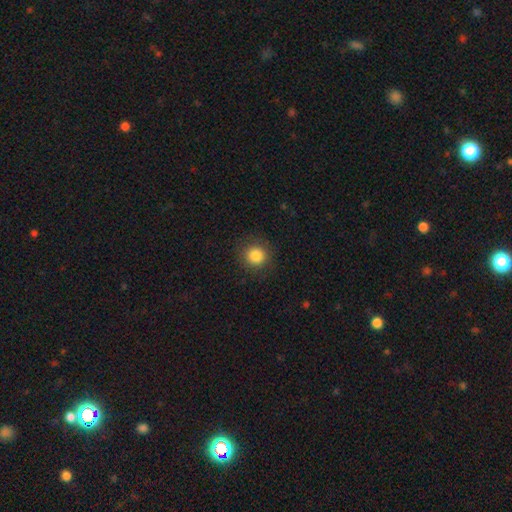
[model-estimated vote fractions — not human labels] This is clearly a smooth galaxy (85%). How rounded: clearly round (93%). Merging: clearly none (88%).